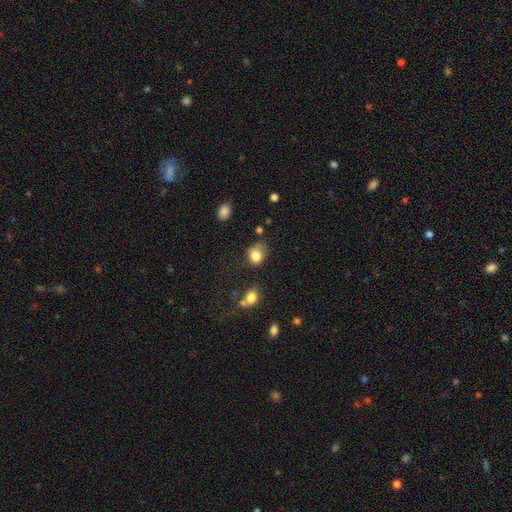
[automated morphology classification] smooth-or-featured: smooth: 81% | star or artifact: 10% | featured or disk: 8%
  how-rounded: round: 59% | in between: 40% | cigar-shaped: 1%
  merging: none: 50% | minor disturbance: 31% | major disturbance: 12% | merger: 7%